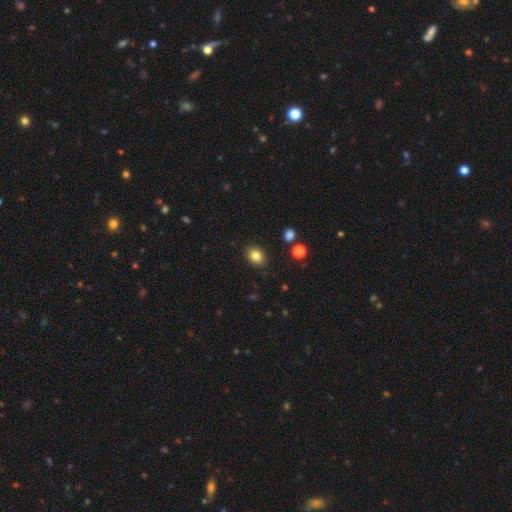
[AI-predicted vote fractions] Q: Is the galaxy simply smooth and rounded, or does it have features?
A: smooth — 84%.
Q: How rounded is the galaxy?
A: in between — 60%.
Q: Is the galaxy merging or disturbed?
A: none — 87%.